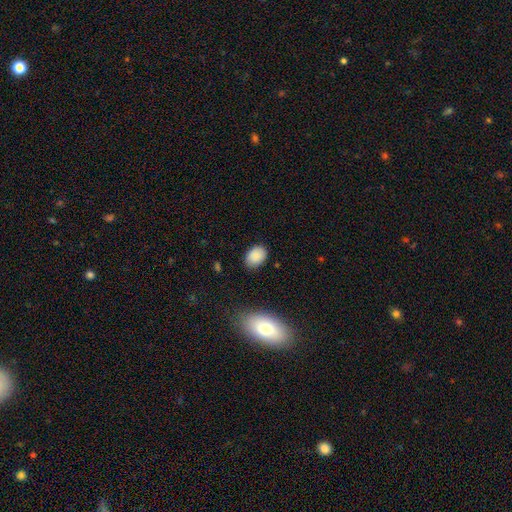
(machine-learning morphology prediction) Overall: smooth (88%). How rounded: in between (79%). Merging: none (82%).